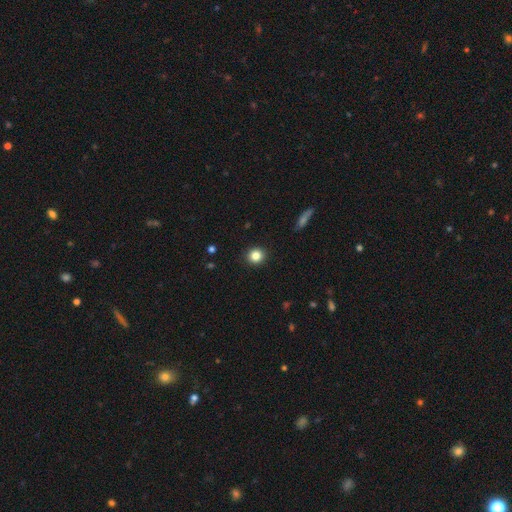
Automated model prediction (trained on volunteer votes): A smooth galaxy with no disk features (84%) that is round (90%).

Vote fractions:
- Smooth or featured? smooth: 84% / star or artifact: 11% / featured or disk: 5%
- How rounded? round: 90% / in between: 9% / cigar-shaped: 1%
- Merging? none: 92% / minor disturbance: 5% / major disturbance: 2% / merger: 1%